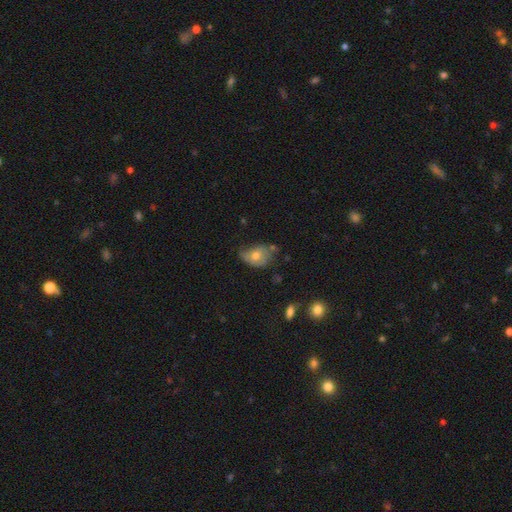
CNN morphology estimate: Smooth or featured? smooth (63%)
How rounded? in between (76%)
Merging? minor disturbance (40%)